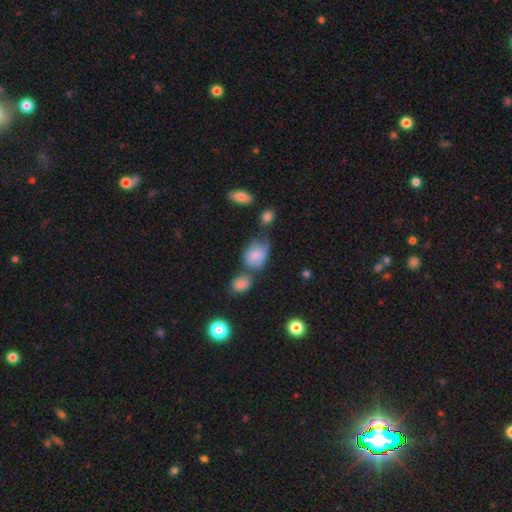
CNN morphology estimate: A smooth galaxy with no disk features (69%) that is in between round and cigar-shaped (66%). Merging: minor disturbance (29%).